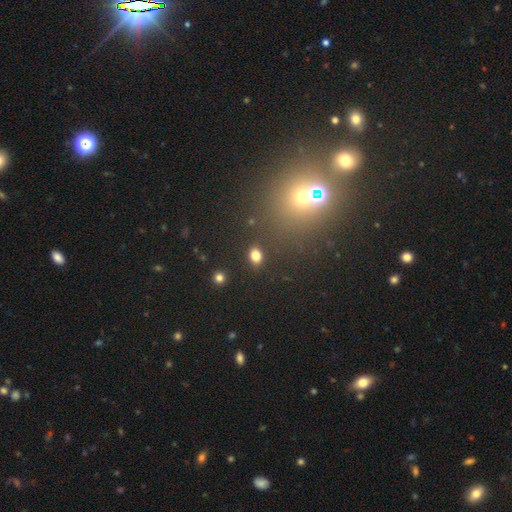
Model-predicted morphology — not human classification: smooth-or-featured: smooth: 80% | star or artifact: 14% | featured or disk: 6%
  how-rounded: in between: 67% | round: 32% | cigar-shaped: 2%
  merging: none: 86% | minor disturbance: 8% | major disturbance: 3% | merger: 3%